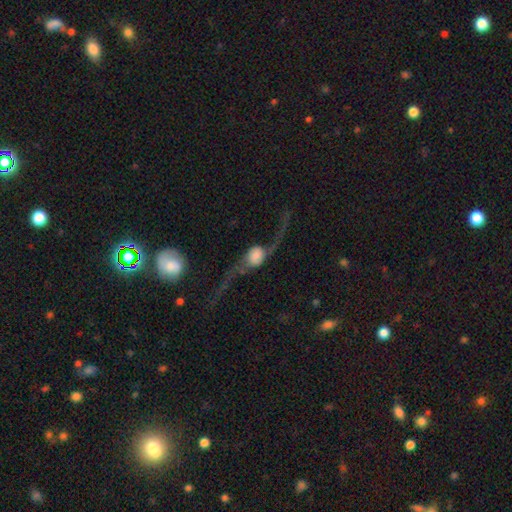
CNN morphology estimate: Overall: featured or disk (74%). Edge-on disk: no (76%). Bar: no (66%). Spiral arms: yes (86%). Bulge size: dominant (33%; large 32%). Merging: none (38%, tied with major disturbance).